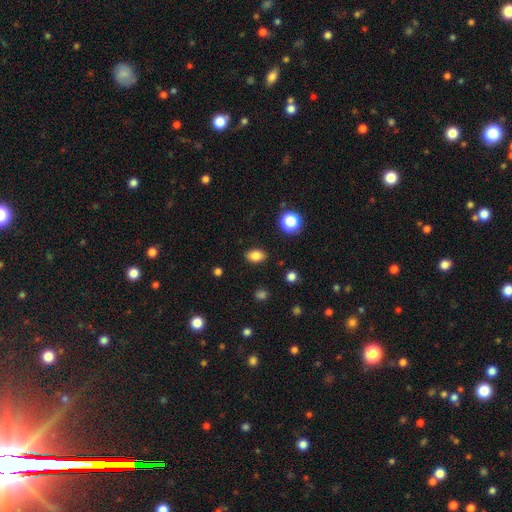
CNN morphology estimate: Smooth or featured? Predicted: smooth (p=0.83). How rounded? Predicted: in between (p=0.81). Merging? Predicted: none (p=0.87).